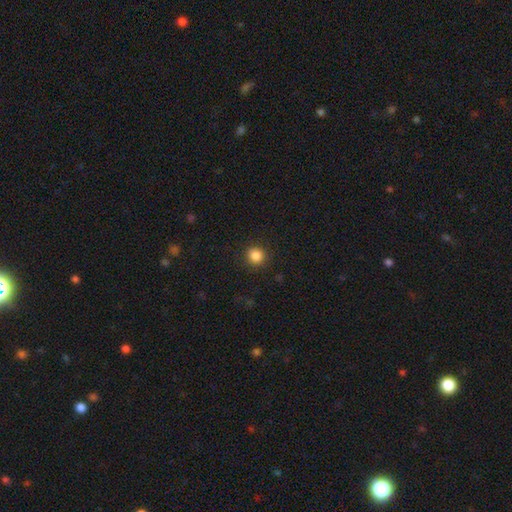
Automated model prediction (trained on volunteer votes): A smooth galaxy with no disk features (85%) that is round (90%).

Vote fractions:
- Smooth or featured? smooth: 85% / star or artifact: 11% / featured or disk: 4%
- How rounded? round: 90% / in between: 9% / cigar-shaped: 1%
- Merging? none: 90% / minor disturbance: 6% / major disturbance: 2% / merger: 1%